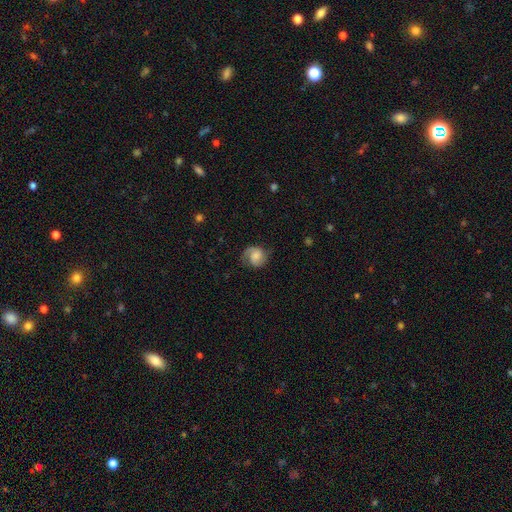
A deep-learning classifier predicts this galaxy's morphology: type=featured or disk (61%); edge-on=no (98%); bar=no (57%); spiral arms=yes (94%); winding=medium (45%); arm count=2 (75%); bulge=moderate (32%); merging=none (70%).